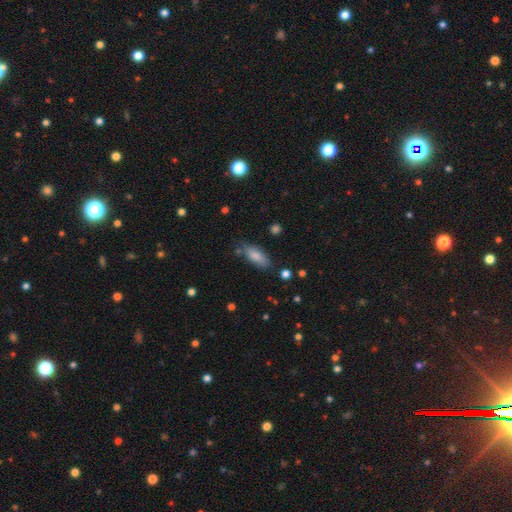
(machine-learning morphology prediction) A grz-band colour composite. It shows a smooth galaxy with no disk features (83%) that is in between round and cigar-shaped (72%). Merging: none (74%).